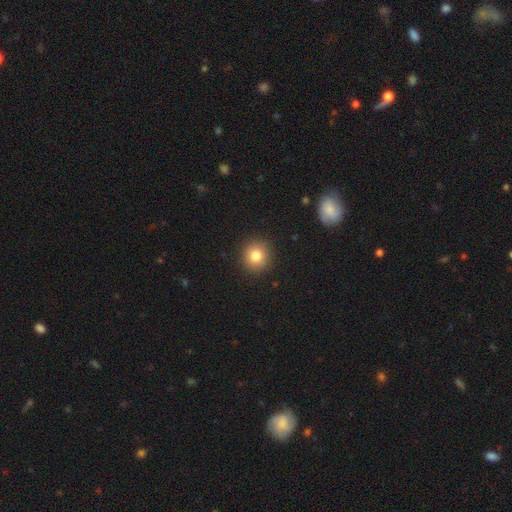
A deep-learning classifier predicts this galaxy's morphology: type=smooth (81%); roundness=round (90%); merging=none (91%).